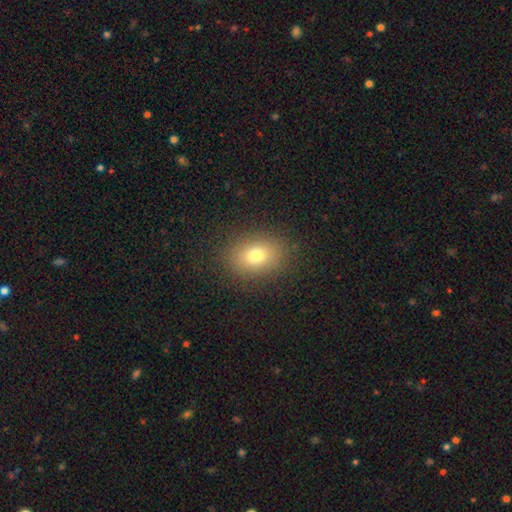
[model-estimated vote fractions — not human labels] smooth-or-featured: smooth: 76% | star or artifact: 13% | featured or disk: 11%
  how-rounded: in between: 62% | round: 37% | cigar-shaped: 1%
  merging: none: 87% | minor disturbance: 8% | major disturbance: 3% | merger: 1%